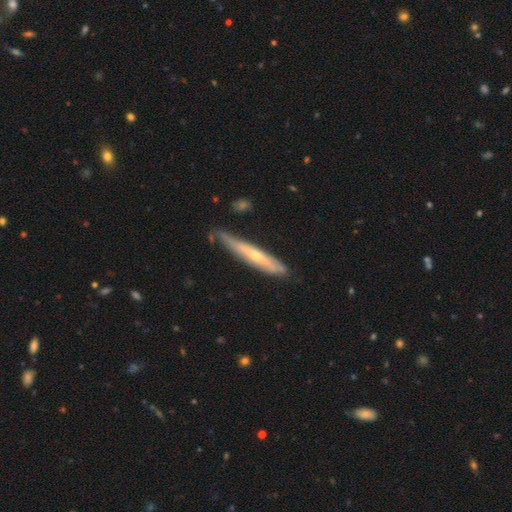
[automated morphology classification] The model was most divided on "smooth or featured": featured or disk: 60%, smooth: 34%, star or artifact: 6%. More confident: edge-on disk — yes (80%); merging — none (66%).